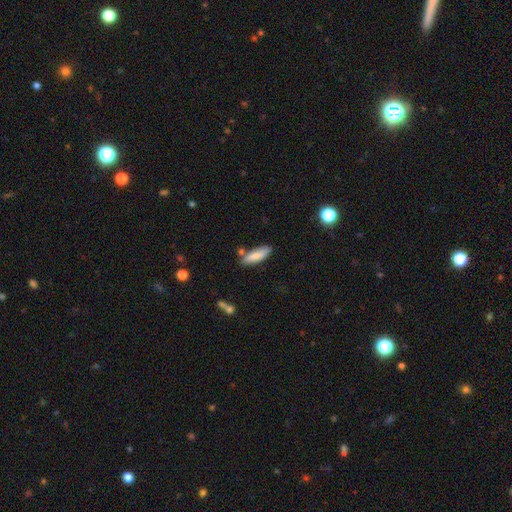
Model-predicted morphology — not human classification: smooth-or-featured: smooth: 81% | featured or disk: 13% | star or artifact: 6%
  how-rounded: cigar-shaped: 53% | in between: 45% | round: 2%
  merging: none: 73% | minor disturbance: 17% | merger: 7% | major disturbance: 3%